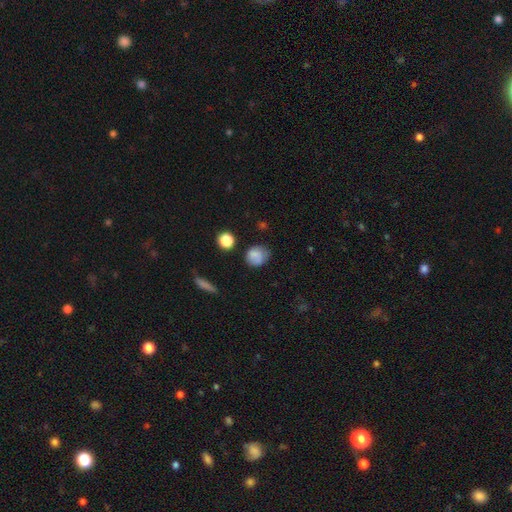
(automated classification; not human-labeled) Q: Smooth or featured?
A: smooth (76%); runner-up: featured or disk (14%)
Q: How rounded?
A: round (73%); runner-up: in between (26%)
Q: Merging?
A: none (64%); runner-up: minor disturbance (26%)